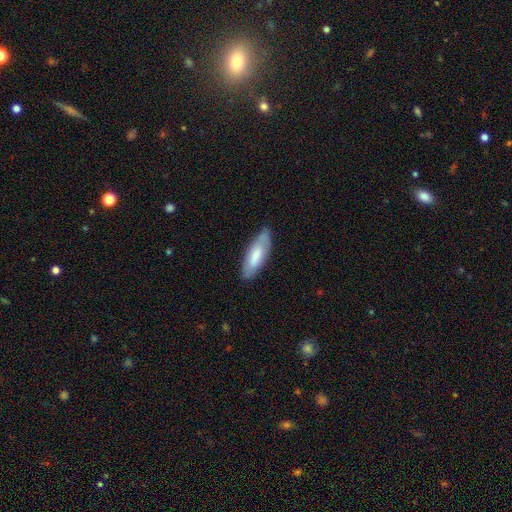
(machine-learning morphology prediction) Smooth or featured? smooth (67%)
How rounded? in between (63%)
Merging? none (79%)